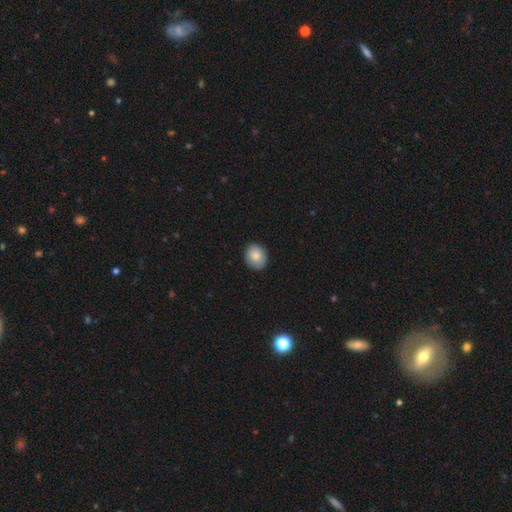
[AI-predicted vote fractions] Smooth or featured: smooth — 84% (featured or disk — 9%)
How rounded: round — 63% (in between — 36%)
Merging: none — 89% (minor disturbance — 8%)